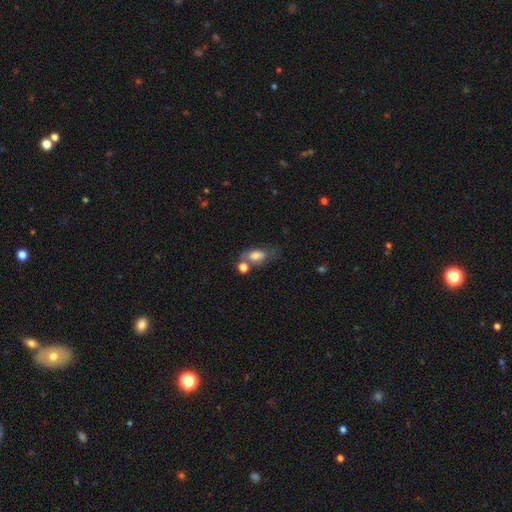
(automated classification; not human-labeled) Q: Smooth or featured?
A: smooth (74%); runner-up: featured or disk (17%)
Q: How rounded?
A: in between (84%); runner-up: round (12%)
Q: Merging?
A: none (43%); runner-up: merger (27%)